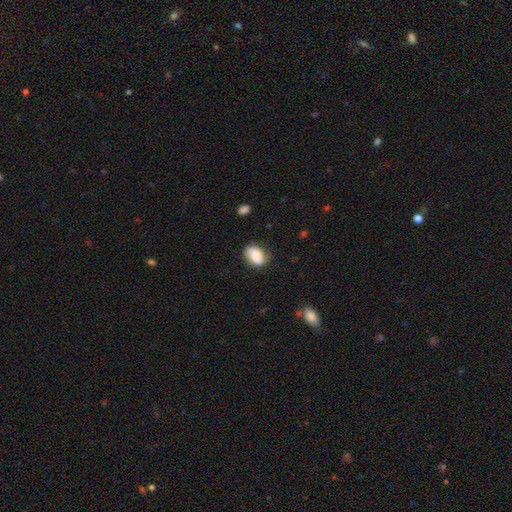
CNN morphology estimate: A smooth galaxy with no disk features (65%) that is in between round and cigar-shaped (80%). Merging: none (71%).